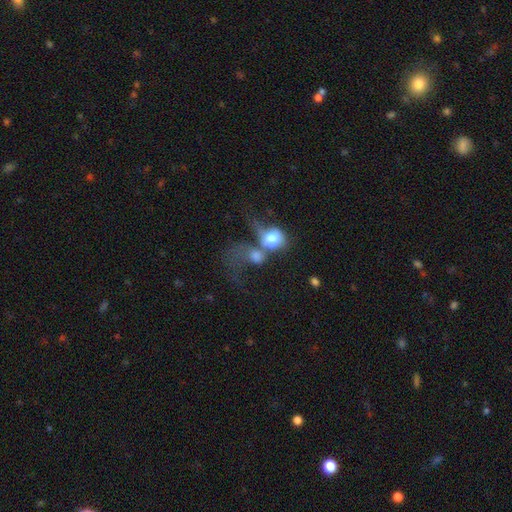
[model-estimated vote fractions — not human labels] Smooth or featured?
  - smooth: 59% *
  - featured or disk: 29%
  - star or artifact: 11%
How rounded?
  - round: 62% *
  - in between: 36%
  - cigar-shaped: 2%
Merging?
  - merger: 58% *
  - major disturbance: 25%
  - none: 10%
  - minor disturbance: 6%